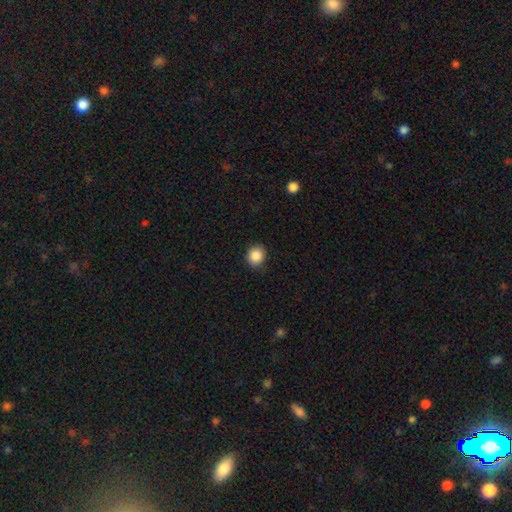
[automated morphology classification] smooth_or_featured: smooth (p=0.88) [alt: star or artifact p=0.09]
how_rounded: round (p=0.77) [alt: in between p=0.22]
merging: none (p=0.88) [alt: minor disturbance p=0.09]